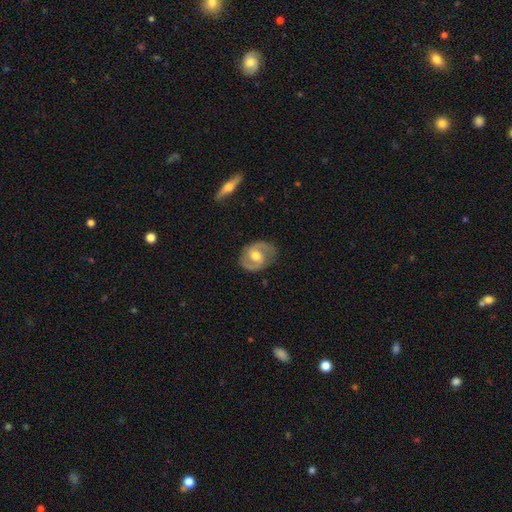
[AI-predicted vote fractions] The model was most divided on "bar": weak: 46%, no: 40%, strong: 13%. More confident: edge-on disk — no (97%); spiral arms — yes (92%); spiral arm count — 2 (90%); merging — none (81%); smooth or featured — featured or disk (81%); bulge size — moderate (73%); spiral winding — medium (52%).